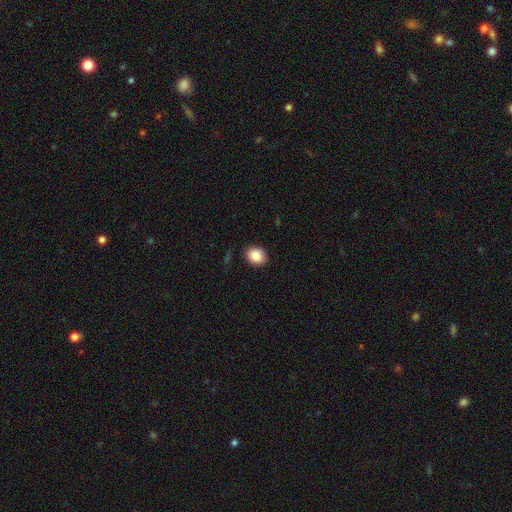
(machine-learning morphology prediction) Smooth or featured? Predicted: smooth (p=0.87). How rounded? Predicted: round (p=0.60). Merging? Predicted: none (p=0.88).